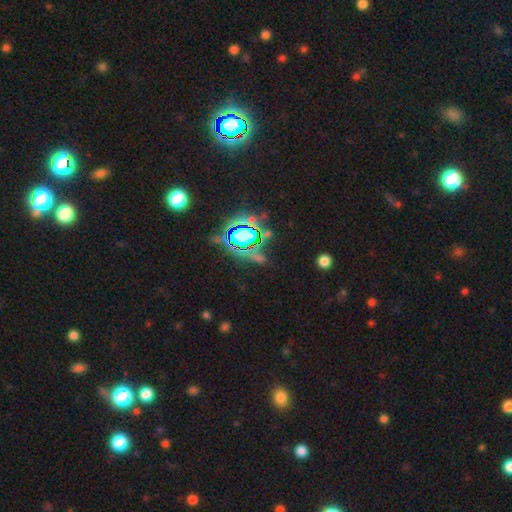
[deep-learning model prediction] Morphology: type=star or artifact (73%).